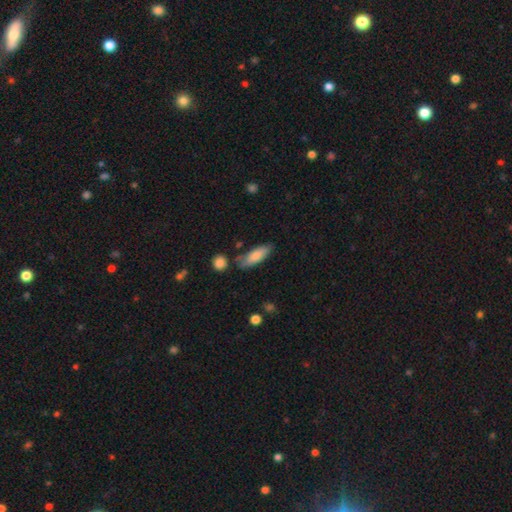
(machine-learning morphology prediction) Smooth or featured? smooth (78%)
How rounded? in between (65%)
Merging? none (72%)